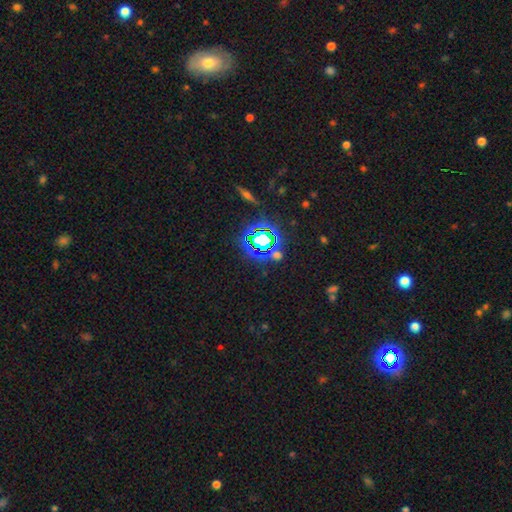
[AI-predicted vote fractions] Smooth or featured? star or artifact (74%)